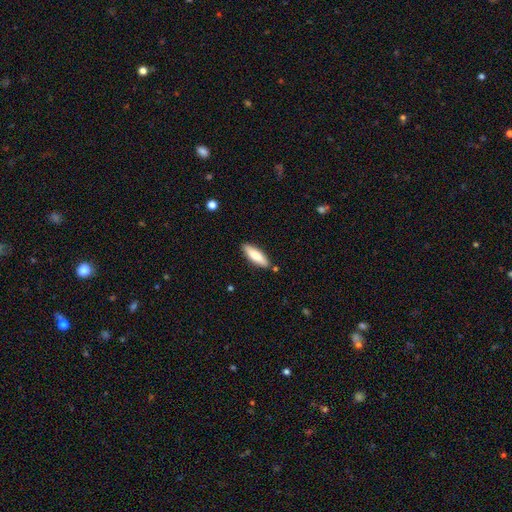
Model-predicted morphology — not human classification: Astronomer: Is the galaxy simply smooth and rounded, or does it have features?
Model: smooth — 78%.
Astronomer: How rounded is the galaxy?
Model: cigar-shaped — 50% (runner-up: in between, 49%).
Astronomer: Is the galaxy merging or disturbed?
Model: none — 85%.